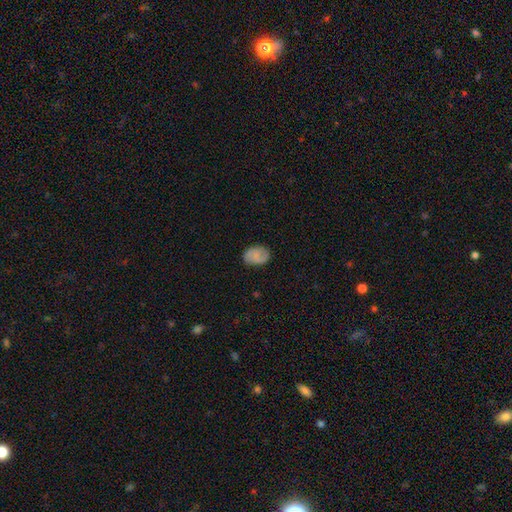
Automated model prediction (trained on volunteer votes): A smooth galaxy with no disk features (57%) that is in between round and cigar-shaped (76%).

Vote fractions:
- Smooth or featured? smooth: 57% / featured or disk: 34% / star or artifact: 9%
- How rounded? in between: 76% / round: 22% / cigar-shaped: 1%
- Merging? none: 82% / minor disturbance: 14% / major disturbance: 3% / merger: 1%